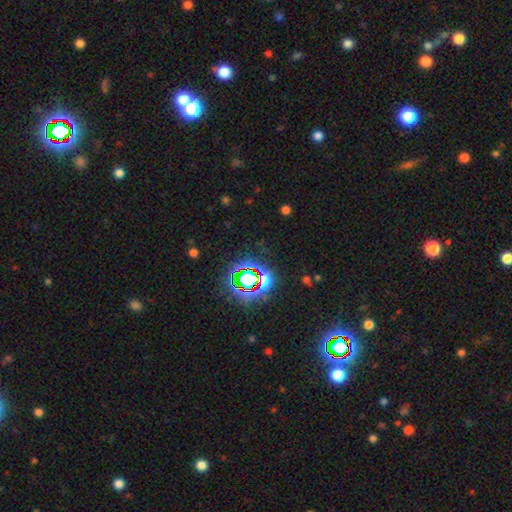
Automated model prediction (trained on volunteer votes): Smooth or featured?
  - star or artifact: 79% *
  - smooth: 13%
  - featured or disk: 8%